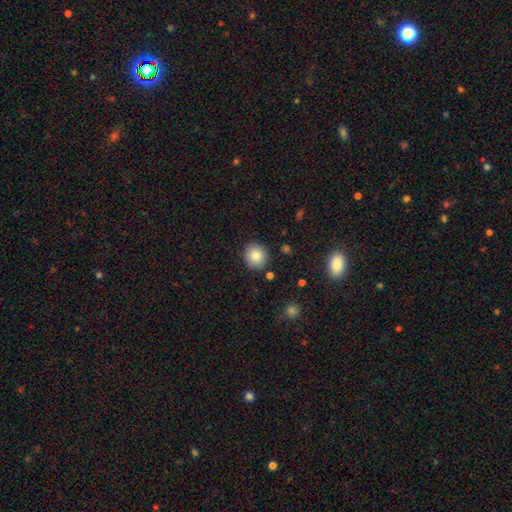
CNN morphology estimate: This is clearly a smooth galaxy (85%). How rounded: clearly round (89%). Merging: clearly none (89%).